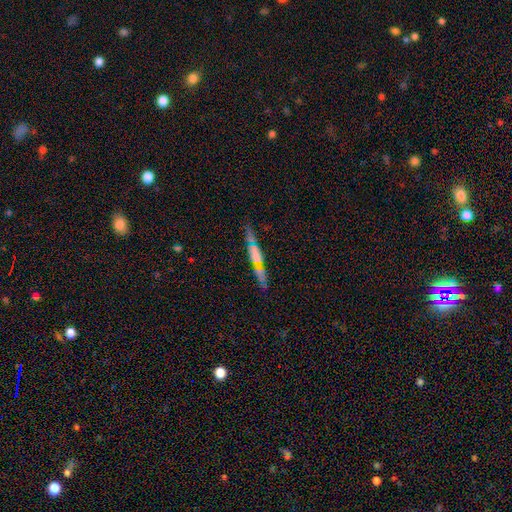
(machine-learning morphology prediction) A smooth galaxy with no disk features (47%).

Vote fractions:
- Smooth or featured? smooth: 47% / featured or disk: 38% / star or artifact: 15%
- Merging? none: 71% / minor disturbance: 16% / merger: 8% / major disturbance: 6%